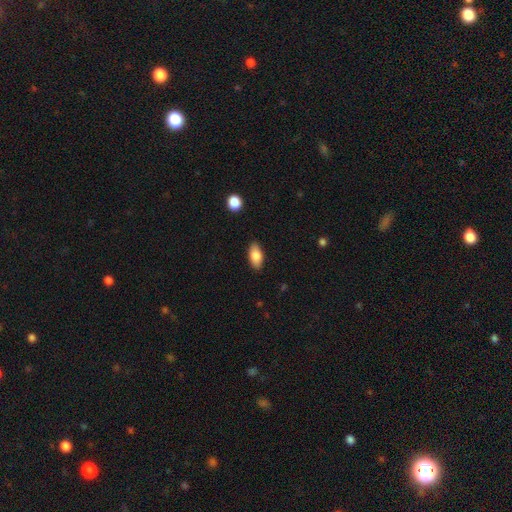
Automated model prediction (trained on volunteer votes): smooth_or_featured: smooth (p=0.83) [alt: featured or disk p=0.10]
how_rounded: in between (p=0.90) [alt: cigar-shaped p=0.07]
merging: none (p=0.88) [alt: minor disturbance p=0.09]